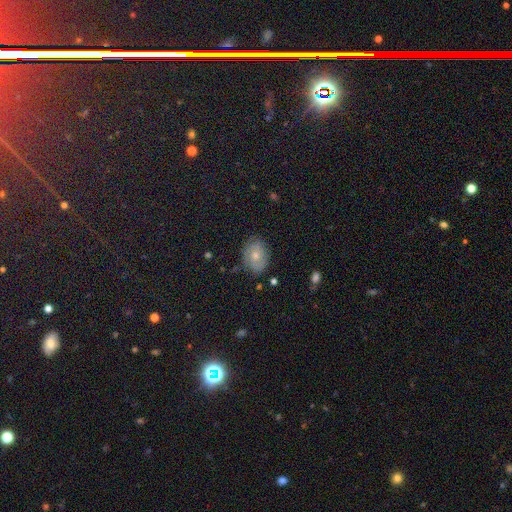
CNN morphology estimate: smooth 47%, featured or disk 44%, star or artifact 9%. Down the decision tree: merging — none (77%).